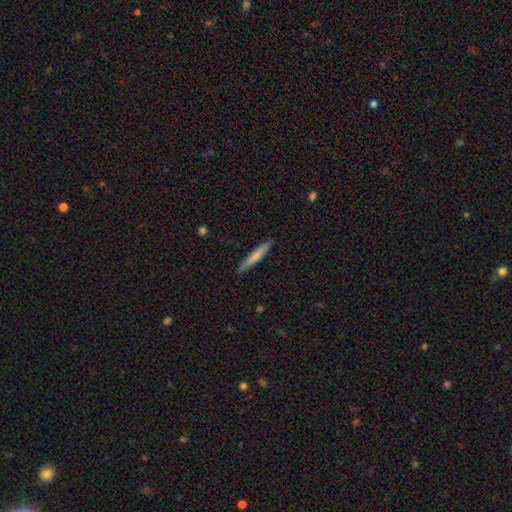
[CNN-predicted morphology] Overall: smooth (72%). How rounded: cigar-shaped (94%). Merging: none (91%).